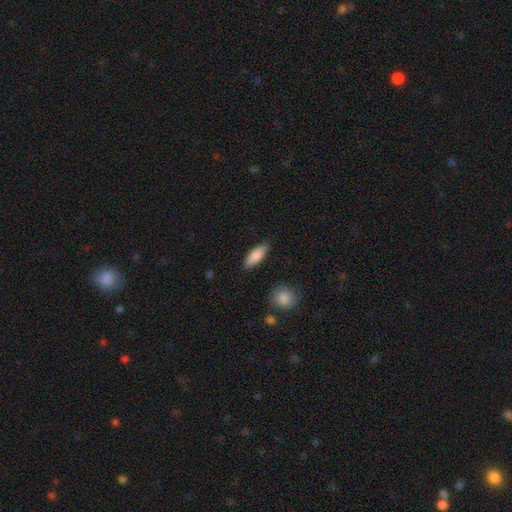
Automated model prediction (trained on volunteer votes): This appears to be a smooth galaxy with no disk features (83%) that is in between round and cigar-shaped (64%). Merging: none (86%).